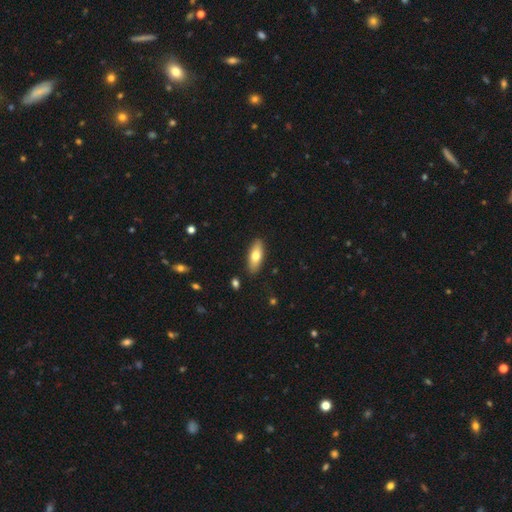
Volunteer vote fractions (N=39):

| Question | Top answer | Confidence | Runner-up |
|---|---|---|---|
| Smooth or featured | smooth | 74% | featured or disk (23%) |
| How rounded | in between | 55% | cigar-shaped (34%) |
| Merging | none | 82% | minor disturbance (11%) |